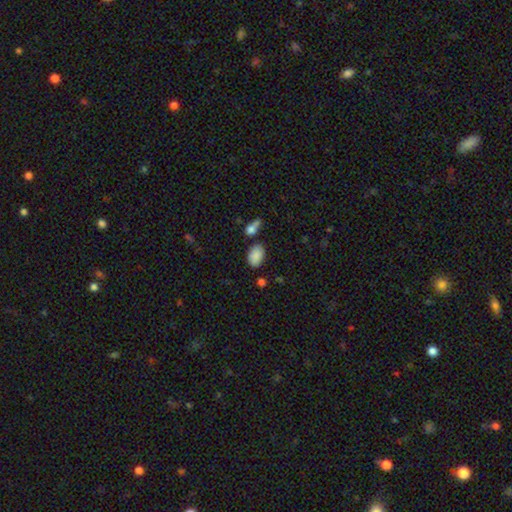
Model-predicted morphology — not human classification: smooth-or-featured: smooth: 87% | star or artifact: 8% | featured or disk: 5%
  how-rounded: in between: 89% | round: 10% | cigar-shaped: 1%
  merging: none: 72% | minor disturbance: 16% | merger: 9% | major disturbance: 4%